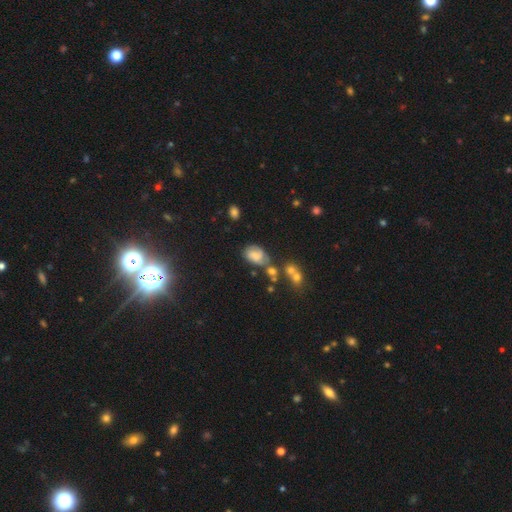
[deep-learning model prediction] Smooth or featured: smooth — 58% (featured or disk — 30%)
How rounded: in between — 83% (round — 16%)
Merging: none — 42% (minor disturbance — 28%)